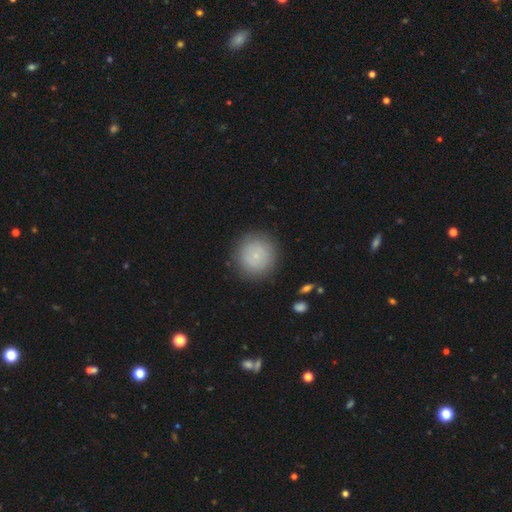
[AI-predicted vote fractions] Overall: smooth (78%). How rounded: round (94%). Merging: none (88%).